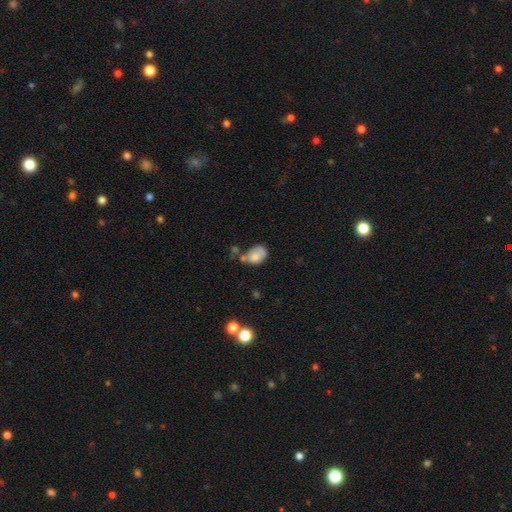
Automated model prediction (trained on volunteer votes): Overall: smooth (73%). How rounded: in between (67%; round 32%). Merging: none (32%; minor disturbance 27%).